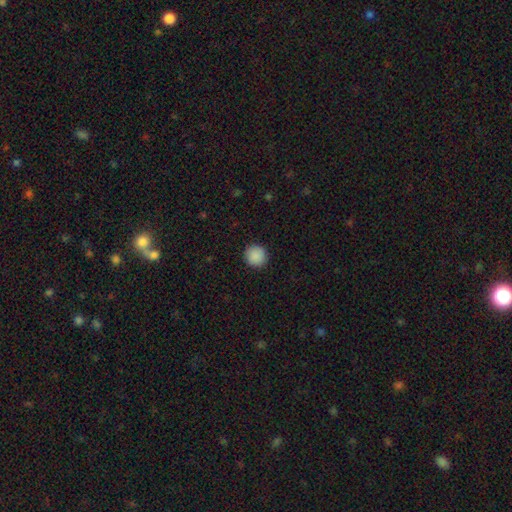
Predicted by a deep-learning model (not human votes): Smooth or featured: smooth — 89% (star or artifact — 8%)
How rounded: round — 95% (in between — 4%)
Merging: none — 93% (minor disturbance — 5%)